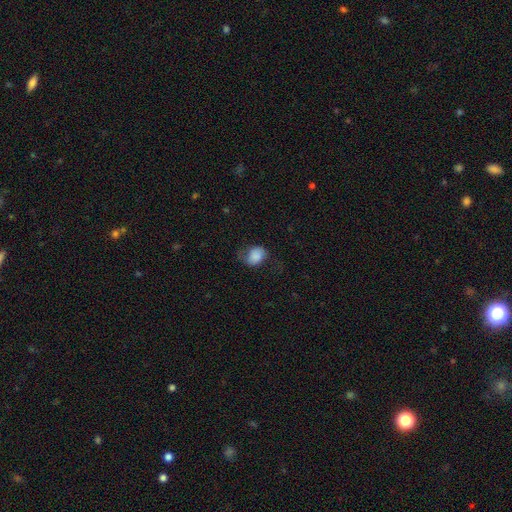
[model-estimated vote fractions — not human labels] This is likely a smooth galaxy (73%). How rounded: likely in between (62%). Merging: possibly none (52%).